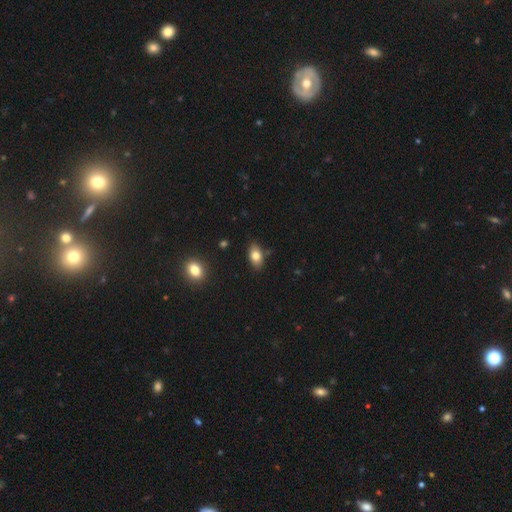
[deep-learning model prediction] Smooth or featured?
  - smooth: 80% *
  - featured or disk: 12%
  - star or artifact: 9%
How rounded?
  - in between: 88% *
  - round: 8%
  - cigar-shaped: 3%
Merging?
  - none: 83% *
  - minor disturbance: 13%
  - merger: 2%
  - major disturbance: 2%